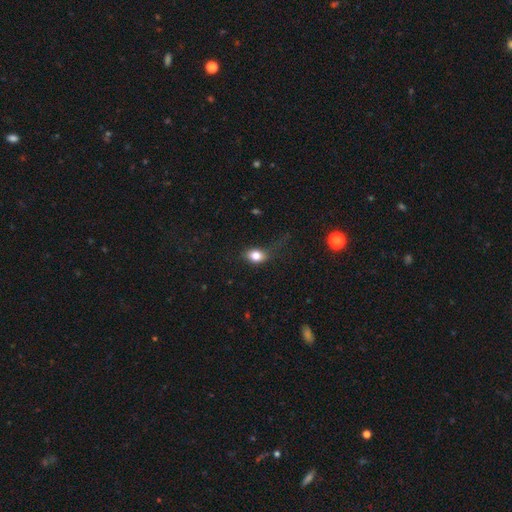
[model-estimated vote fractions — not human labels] The model was most divided on "merging": none: 57%, minor disturbance: 24%, major disturbance: 16%, merger: 2%. More confident: smooth or featured — smooth (79%); how rounded — in between (70%).